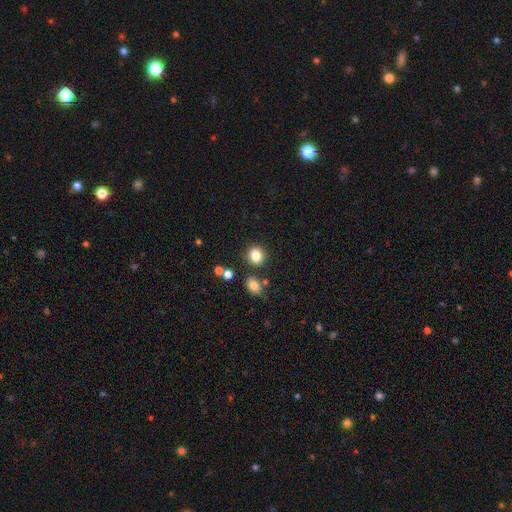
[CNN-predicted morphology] This appears to be a smooth galaxy with no disk features (83%) that is round (76%). Merging: none (80%).